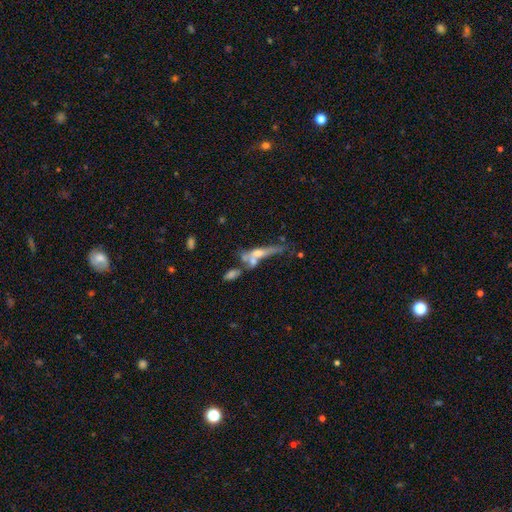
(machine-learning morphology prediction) Smooth or featured? Predicted: featured or disk (p=0.54). Edge-on disk? Predicted: yes (p=0.70). Merging? Predicted: merger (p=0.38).